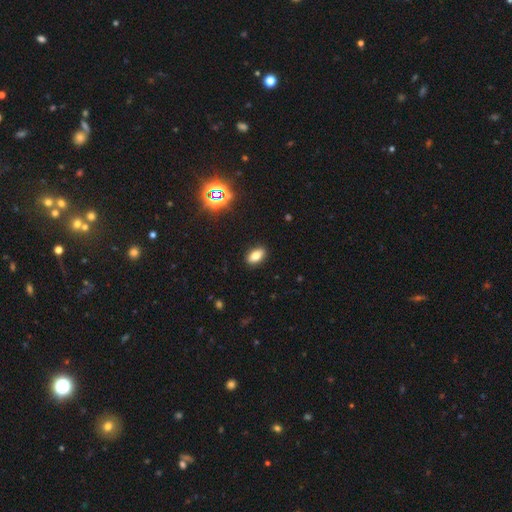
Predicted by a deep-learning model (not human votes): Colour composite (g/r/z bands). It shows a smooth galaxy with no disk features (75%) that is in between round and cigar-shaped (88%). Merging: none (89%).